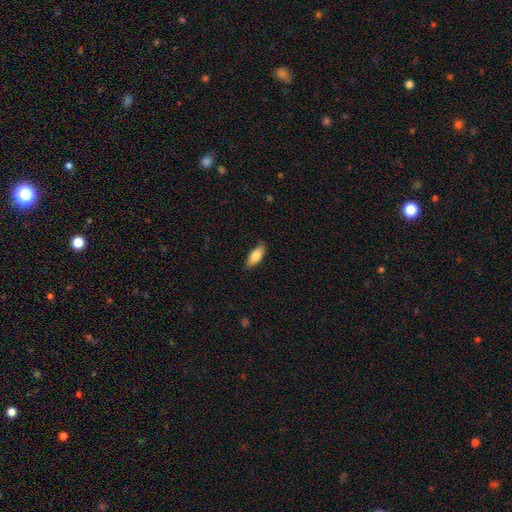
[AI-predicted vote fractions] This appears to be a smooth galaxy with no disk features (79%) that is in between round and cigar-shaped (78%). Merging: none (79%).